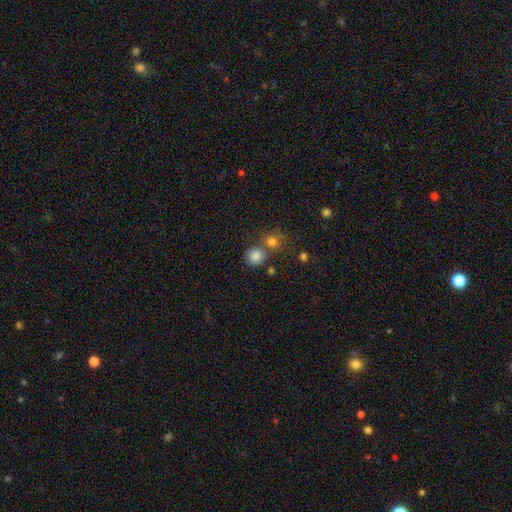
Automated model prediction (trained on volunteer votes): Morphology: type=smooth (83%); roundness=round (82%); merging=none (62%).